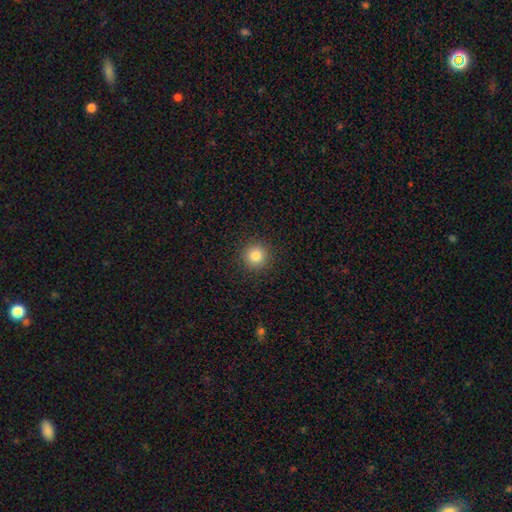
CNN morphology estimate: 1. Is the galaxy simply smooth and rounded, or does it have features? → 83% smooth, 11% star or artifact, 6% featured or disk.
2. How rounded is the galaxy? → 95% round, 4% in between, 1% cigar-shaped.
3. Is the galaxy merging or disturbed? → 92% none, 5% minor disturbance, 2% major disturbance, 1% merger.